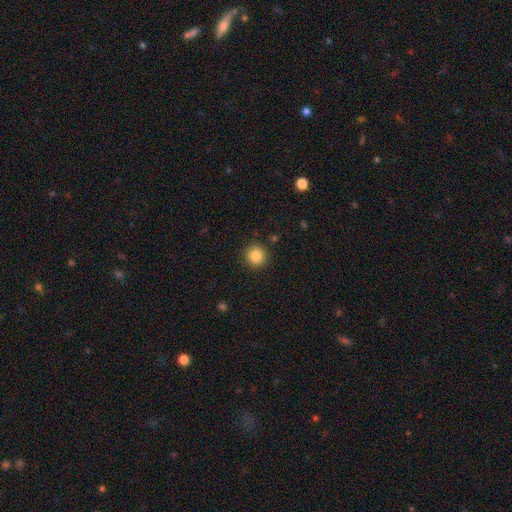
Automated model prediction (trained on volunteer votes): smooth 85%, star or artifact 10%, featured or disk 5%. Down the decision tree: how rounded — round (94%); merging — none (91%).